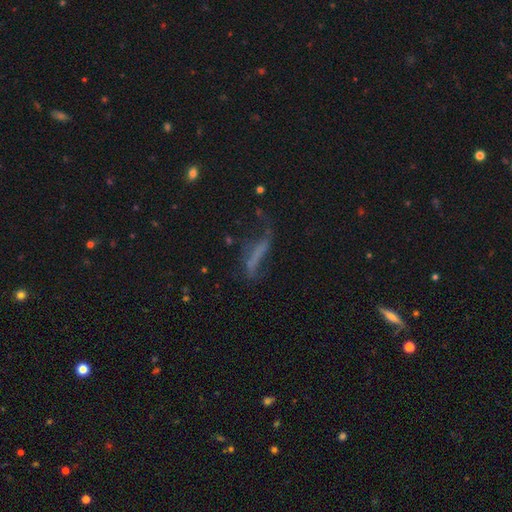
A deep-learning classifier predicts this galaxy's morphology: A featured or disk galaxy (43%).

Vote fractions:
- Smooth or featured? featured or disk: 43% / smooth: 41% / star or artifact: 17%
- Merging? none: 37% / major disturbance: 34% / minor disturbance: 23% / merger: 6%